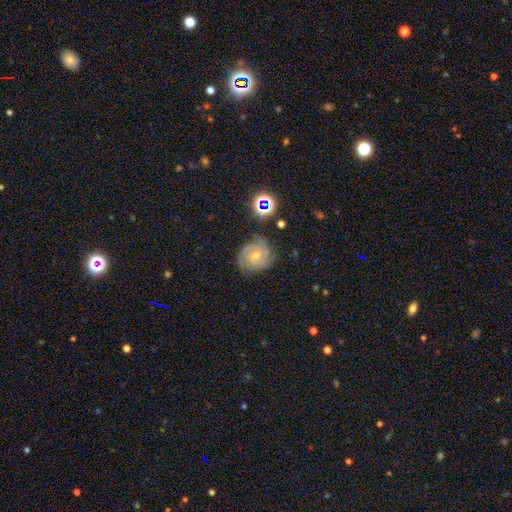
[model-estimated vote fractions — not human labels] Smooth or featured? featured or disk (70%)
Edge-on disk? no (97%)
Bar? no (64%)
Spiral arms? yes (93%)
Spiral winding? tight (64%)
Spiral arm count? 2 (30%)
Bulge size? small (50%)
Merging? none (67%)